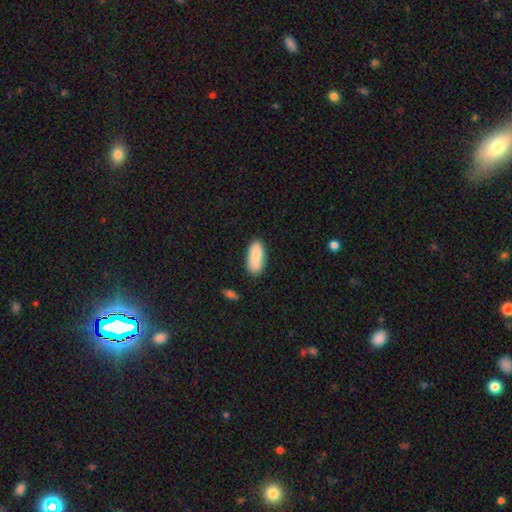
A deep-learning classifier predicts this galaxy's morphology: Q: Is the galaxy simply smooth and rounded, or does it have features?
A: smooth — 86%.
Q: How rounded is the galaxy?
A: in between — 87%.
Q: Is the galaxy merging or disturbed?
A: none — 74%.